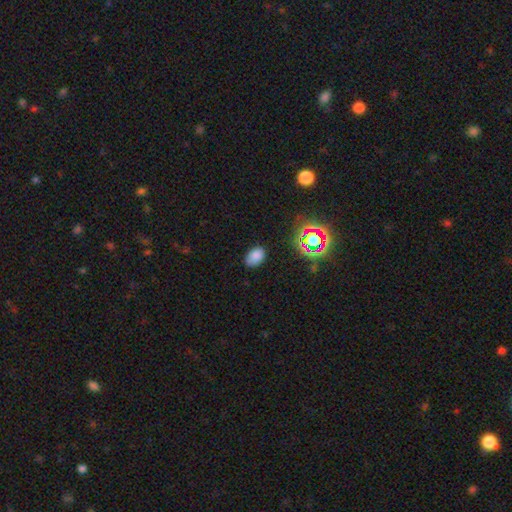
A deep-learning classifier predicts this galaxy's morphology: smooth 77%, star or artifact 16%, featured or disk 7%. Down the decision tree: how rounded — in between (86%); merging — none (77%).